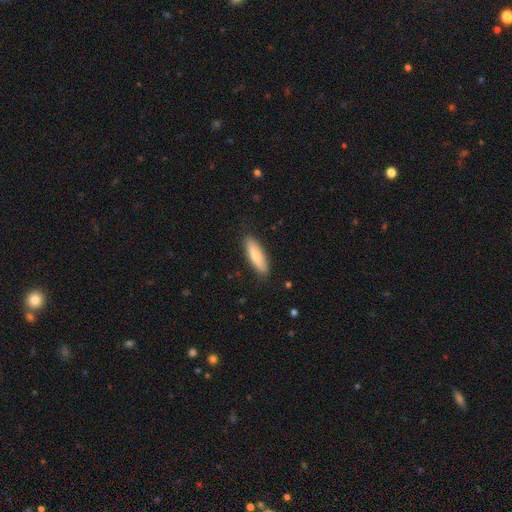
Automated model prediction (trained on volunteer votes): Morphology: type=smooth (74%); roundness=cigar-shaped (58%); merging=none (87%).